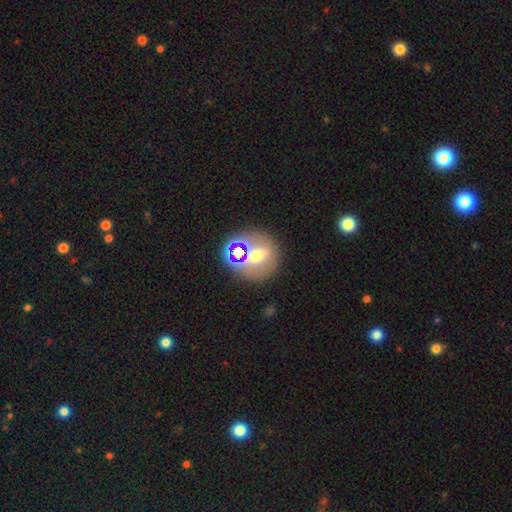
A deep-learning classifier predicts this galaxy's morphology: The model was most divided on "smooth or featured": smooth: 43%, featured or disk: 30%, star or artifact: 28%. More confident: merging — none (71%).